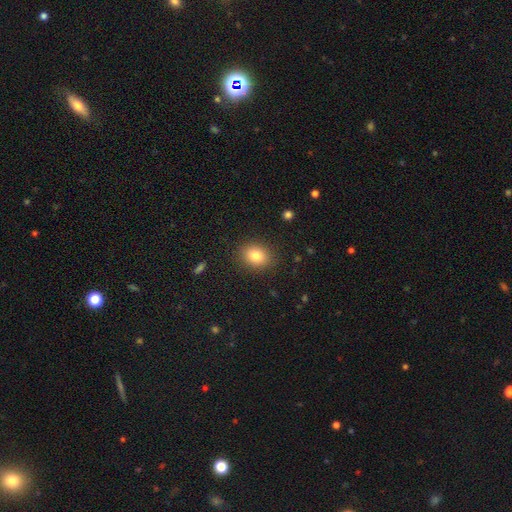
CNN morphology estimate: Smooth or featured: smooth — 82% (star or artifact — 10%)
How rounded: in between — 54% (round — 45%)
Merging: none — 87% (minor disturbance — 9%)